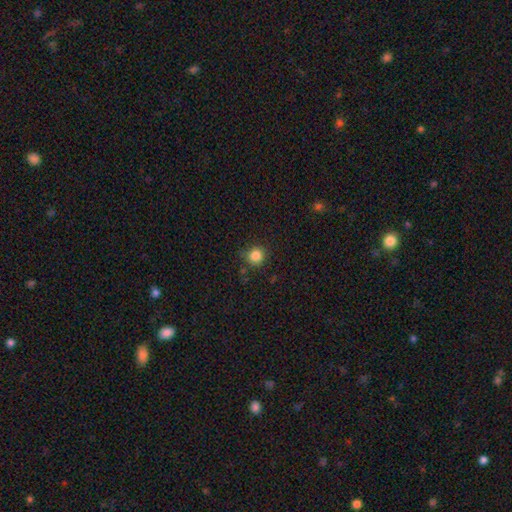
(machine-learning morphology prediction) This appears to be a smooth galaxy with no disk features (84%) that is round (92%). Merging: none (81%).